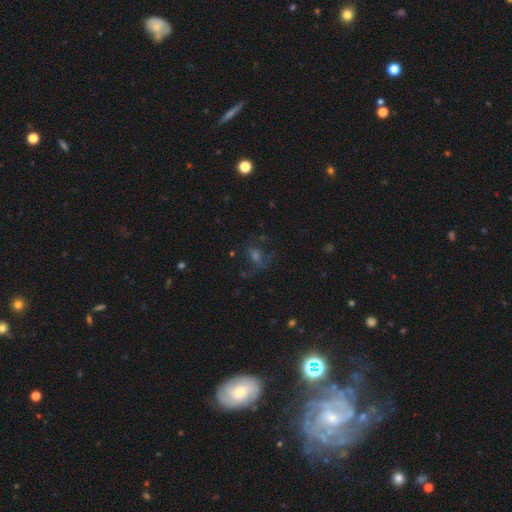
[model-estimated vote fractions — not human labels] Smooth or featured? Predicted: star or artifact (p=0.39).